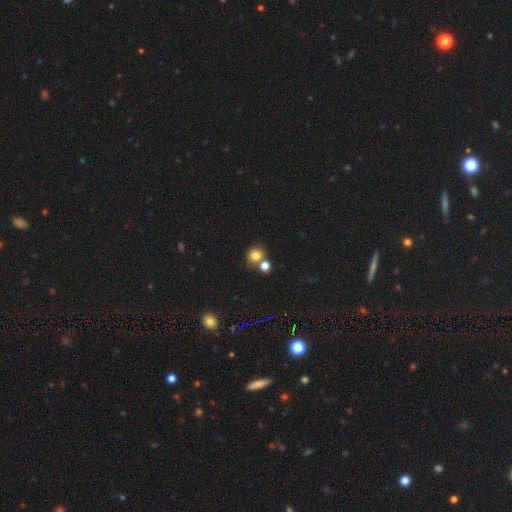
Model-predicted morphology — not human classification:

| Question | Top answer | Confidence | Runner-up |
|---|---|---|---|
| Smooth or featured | smooth | 79% | star or artifact (13%) |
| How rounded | round | 83% | in between (16%) |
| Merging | none | 57% | merger (31%) |